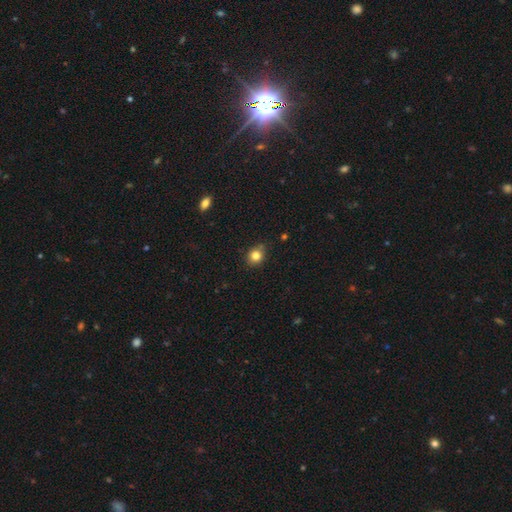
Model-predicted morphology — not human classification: A smooth galaxy with no disk features (83%) that is round (70%). Merging: none (80%).